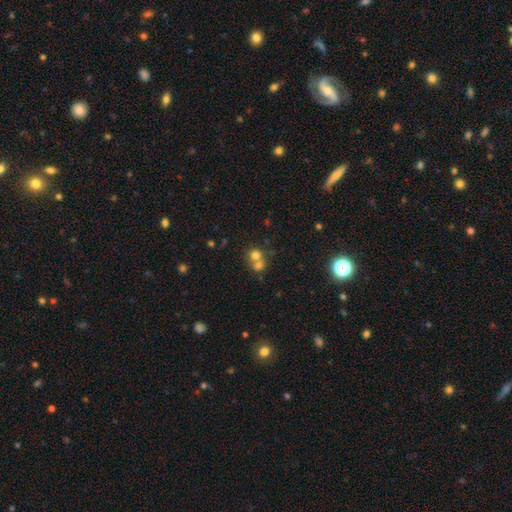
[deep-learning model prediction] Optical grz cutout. It shows a smooth galaxy with no disk features (71%) that is round (81%). Merging: merger (62%).